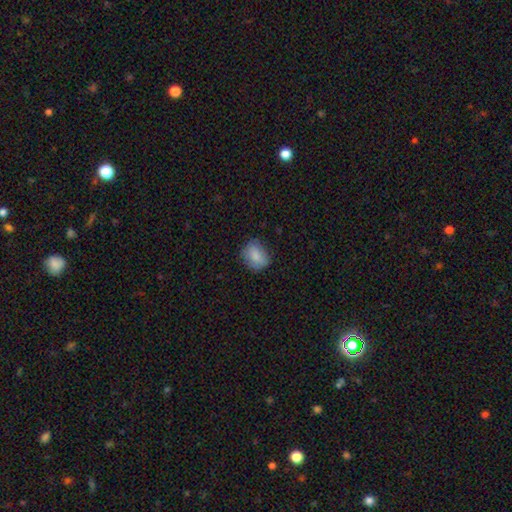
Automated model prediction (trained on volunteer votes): This appears to be a smooth galaxy with no disk features (85%) that is in between round and cigar-shaped (50%). Merging: none (78%).